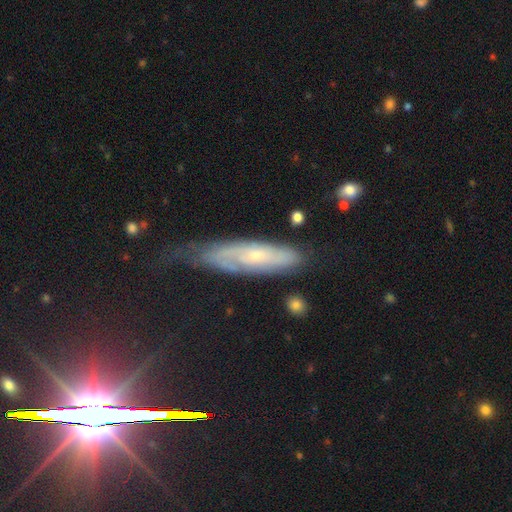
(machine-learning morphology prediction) Smooth or featured? featured or disk (65%)
Edge-on disk? no (71%)
Merging? none (51%)